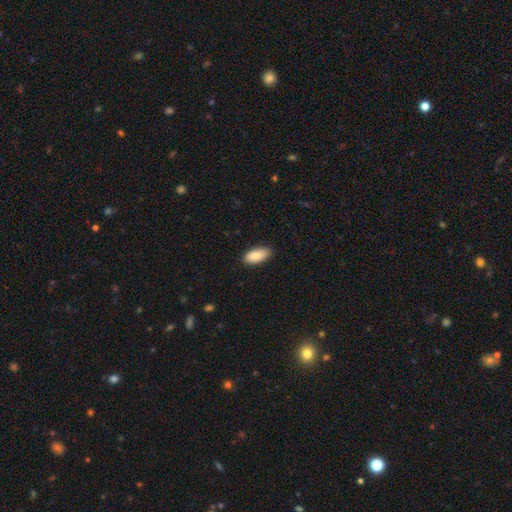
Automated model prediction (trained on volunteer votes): Smooth or featured?
  - smooth: 88% *
  - star or artifact: 6%
  - featured or disk: 6%
How rounded?
  - in between: 92% *
  - cigar-shaped: 6%
  - round: 2%
Merging?
  - none: 86% *
  - minor disturbance: 11%
  - major disturbance: 2%
  - merger: 1%